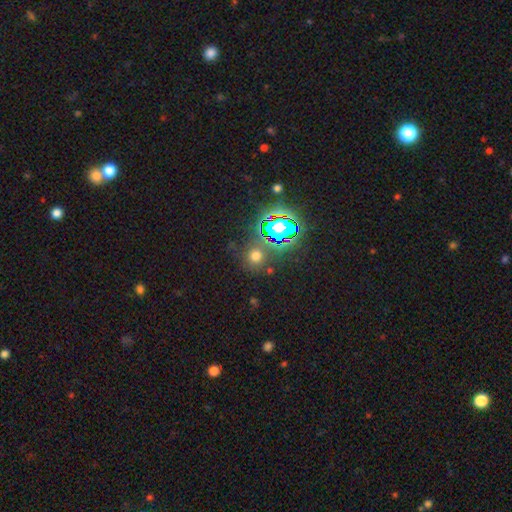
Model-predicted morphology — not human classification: Smooth or featured? smooth (51%)
How rounded? round (88%)
Merging? none (81%)